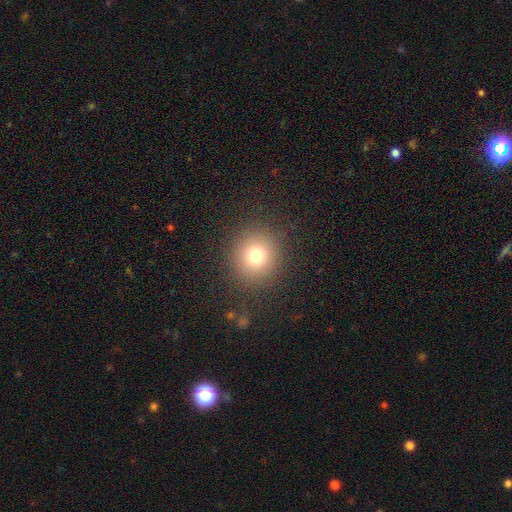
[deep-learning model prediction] Smooth or featured? smooth (74%)
How rounded? round (92%)
Merging? none (89%)